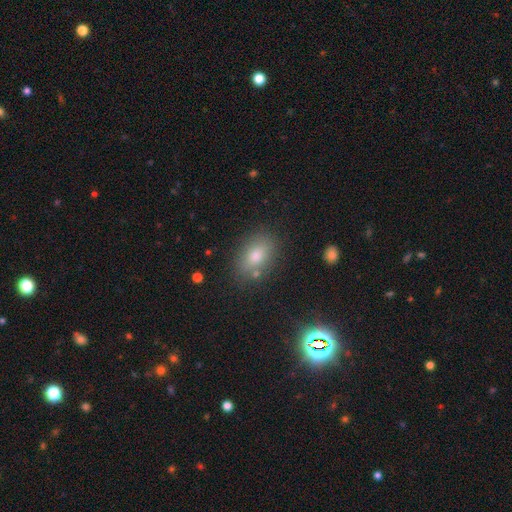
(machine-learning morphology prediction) Smooth or featured: smooth — 74% (star or artifact — 14%)
How rounded: in between — 82% (round — 16%)
Merging: none — 79% (minor disturbance — 12%)